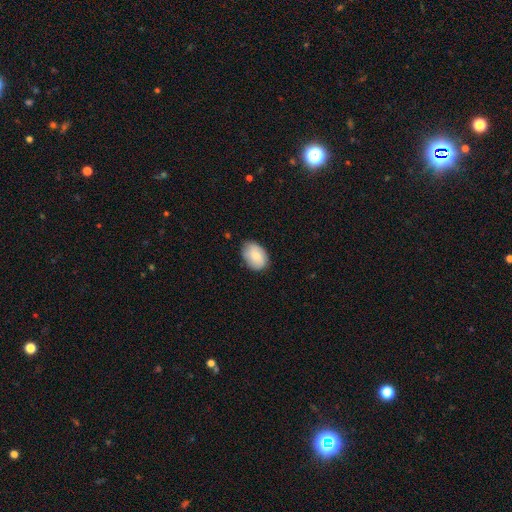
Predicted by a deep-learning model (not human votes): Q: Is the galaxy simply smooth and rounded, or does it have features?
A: smooth — 80%.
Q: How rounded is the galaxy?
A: in between — 80%.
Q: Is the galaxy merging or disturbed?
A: none — 77%.